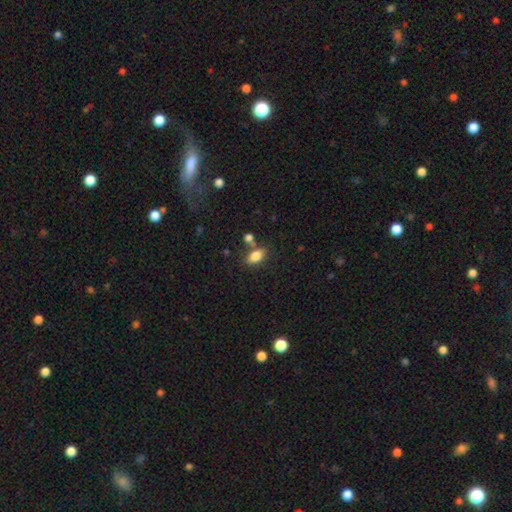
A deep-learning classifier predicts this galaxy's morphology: Overall: smooth (82%). How rounded: in between (87%). Merging: none (68%).